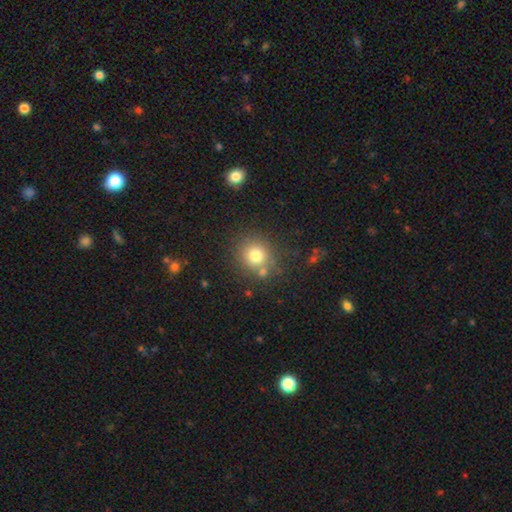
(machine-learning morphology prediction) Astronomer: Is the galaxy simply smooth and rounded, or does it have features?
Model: smooth — 76%.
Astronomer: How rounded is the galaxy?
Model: round — 88%.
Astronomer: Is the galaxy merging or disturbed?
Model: none — 75%.